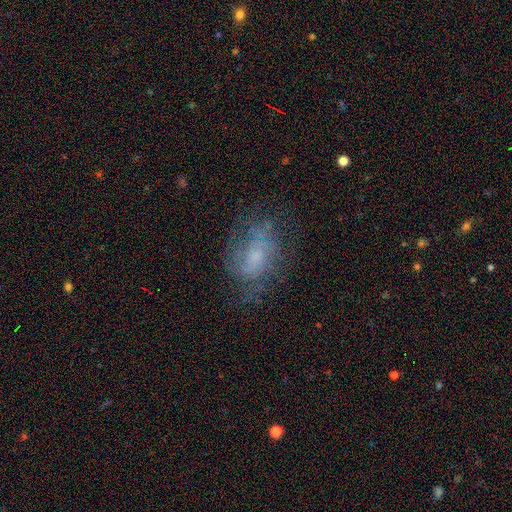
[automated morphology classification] Smooth or featured? Predicted: featured or disk (p=0.57). Edge-on disk? Predicted: no (p=0.96). Bar? Predicted: no (p=0.68). Spiral arms? Predicted: yes (p=0.69). Bulge size? Predicted: small (p=0.38). Merging? Predicted: none (p=0.58).